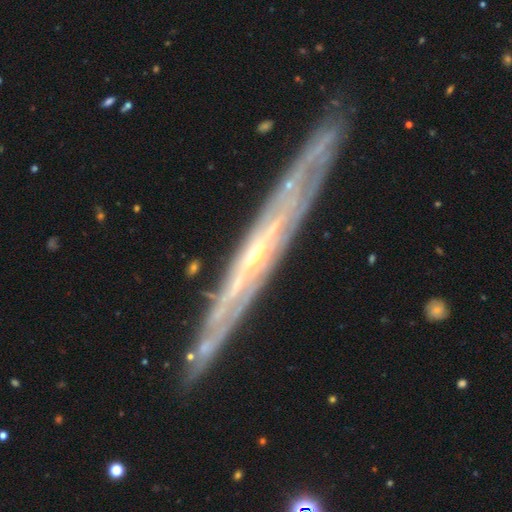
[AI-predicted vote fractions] This appears to be a featured or disk galaxy (81%) viewed edge-on (78%) with no central bulge (52%). Merging: none (86%).